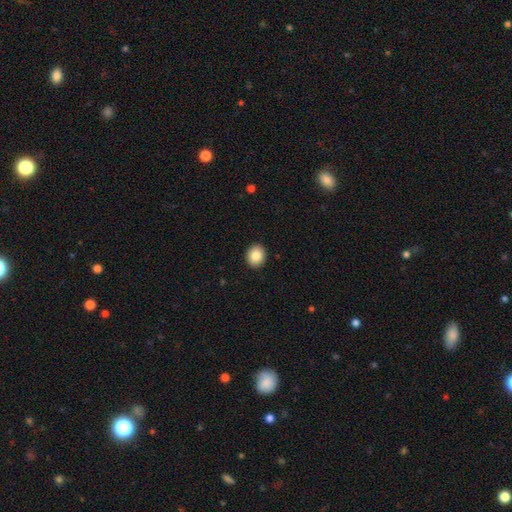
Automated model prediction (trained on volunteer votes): This is clearly a smooth galaxy (86%). How rounded: likely round (68%). Merging: clearly none (92%).